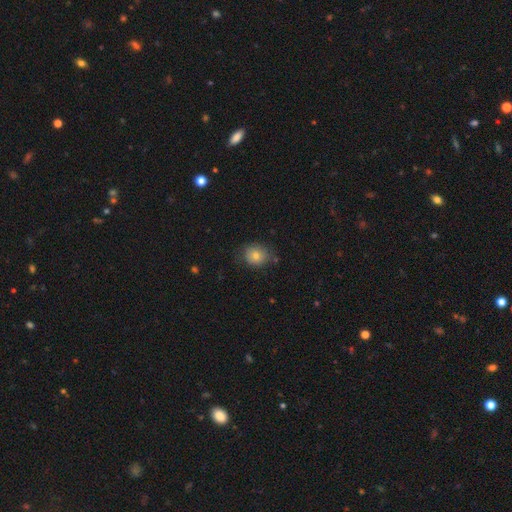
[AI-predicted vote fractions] A smooth galaxy with no disk features (77%) that is round (71%). Merging: none (74%).